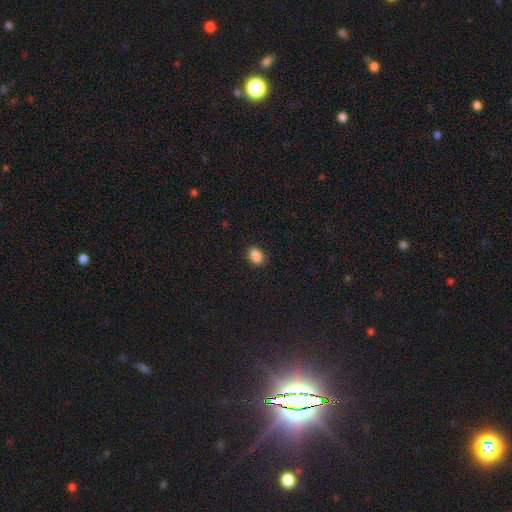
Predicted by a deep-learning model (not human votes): This is clearly a smooth galaxy (88%). How rounded: likely in between (78%). Merging: clearly none (86%).